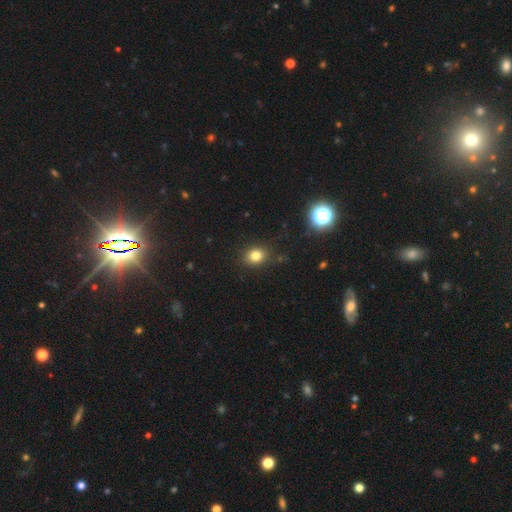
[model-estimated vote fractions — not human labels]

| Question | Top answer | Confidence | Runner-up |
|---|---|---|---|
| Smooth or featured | smooth | 79% | star or artifact (14%) |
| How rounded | round | 56% | in between (43%) |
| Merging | none | 85% | minor disturbance (10%) |